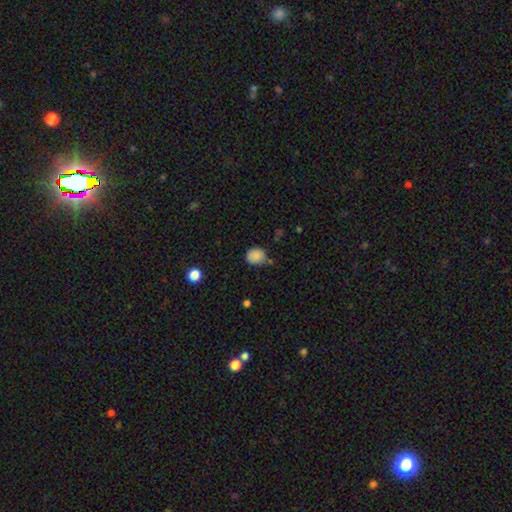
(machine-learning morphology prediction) smooth_or_featured: smooth (p=0.86) [alt: star or artifact p=0.10]
how_rounded: round (p=0.71) [alt: in between p=0.28]
merging: none (p=0.62) [alt: minor disturbance p=0.26]